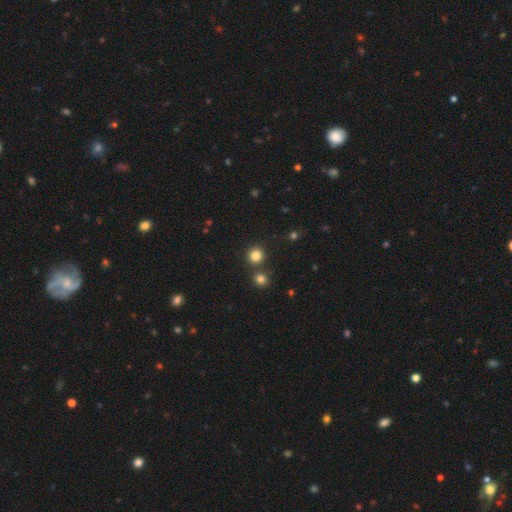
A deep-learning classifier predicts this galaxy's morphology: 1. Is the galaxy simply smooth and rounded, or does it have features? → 82% smooth, 13% star or artifact, 5% featured or disk.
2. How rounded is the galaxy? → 92% round, 7% in between, 1% cigar-shaped.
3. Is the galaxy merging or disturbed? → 80% none, 11% merger, 6% minor disturbance, 2% major disturbance.